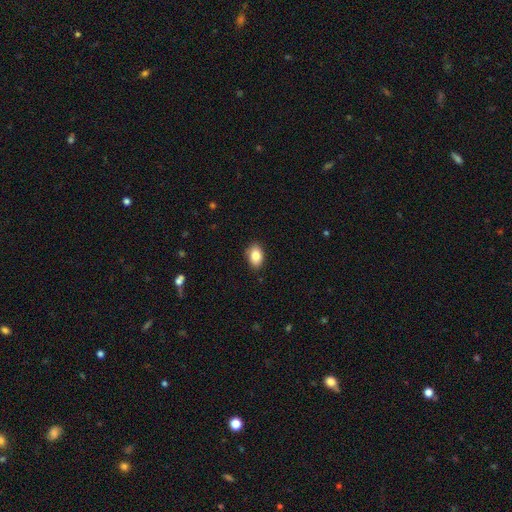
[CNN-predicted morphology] Smooth or featured: smooth — 86% (star or artifact — 8%)
How rounded: in between — 85% (round — 13%)
Merging: none — 86% (minor disturbance — 11%)